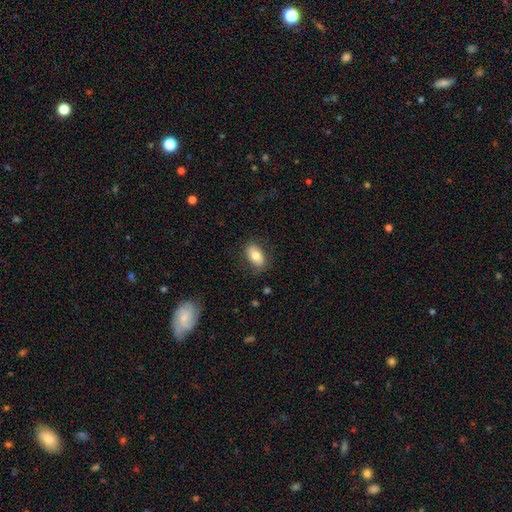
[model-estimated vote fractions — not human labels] A smooth galaxy with no disk features (75%) that is in between round and cigar-shaped (90%).

Vote fractions:
- Smooth or featured? smooth: 75% / featured or disk: 18% / star or artifact: 7%
- How rounded? in between: 90% / round: 8% / cigar-shaped: 2%
- Merging? none: 80% / minor disturbance: 15% / major disturbance: 4% / merger: 1%